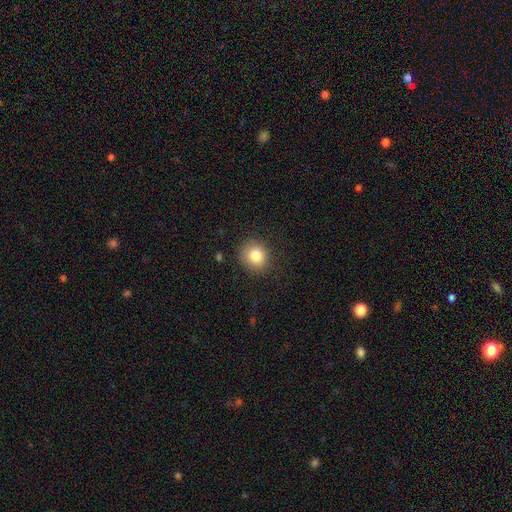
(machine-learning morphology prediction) Smooth or featured: smooth — 82% (star or artifact — 10%)
How rounded: round — 84% (in between — 15%)
Merging: none — 87% (minor disturbance — 9%)